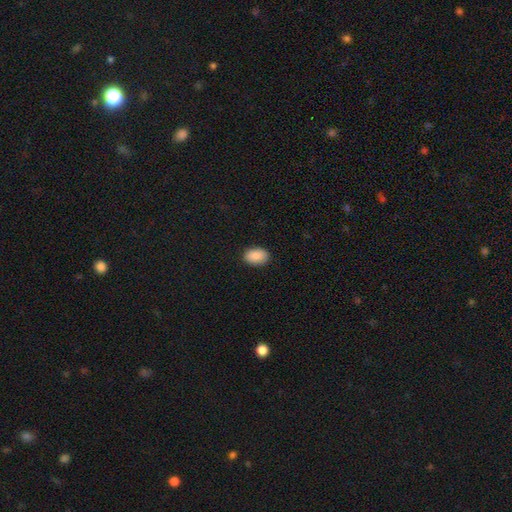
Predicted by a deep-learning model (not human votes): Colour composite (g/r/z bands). It shows a smooth galaxy with no disk features (90%) that is in between round and cigar-shaped (86%). Merging: none (89%).